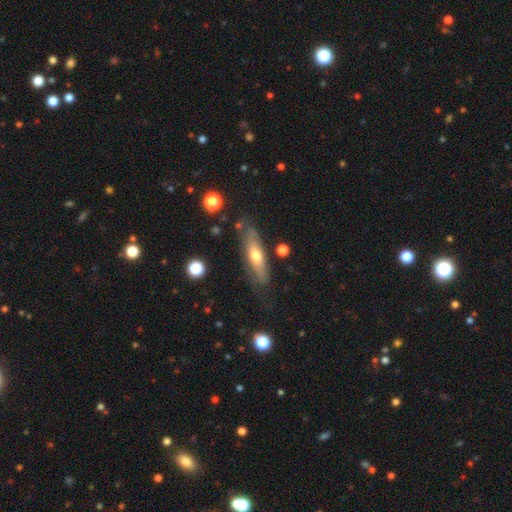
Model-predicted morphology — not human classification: Smooth or featured? featured or disk (49%)
Merging? none (72%)